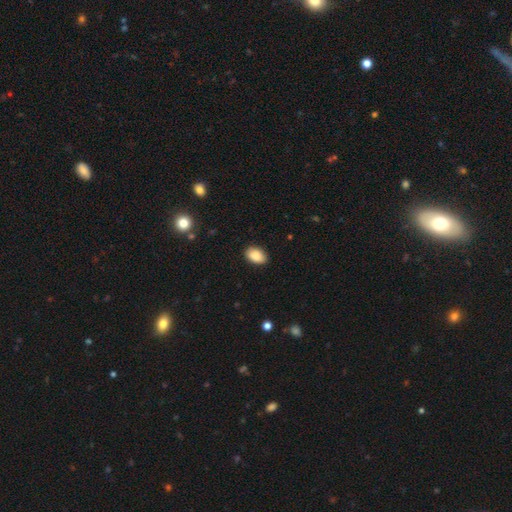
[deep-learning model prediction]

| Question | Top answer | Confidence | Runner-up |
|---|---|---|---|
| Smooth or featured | smooth | 89% | star or artifact (7%) |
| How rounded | in between | 88% | round (11%) |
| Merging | none | 88% | minor disturbance (9%) |